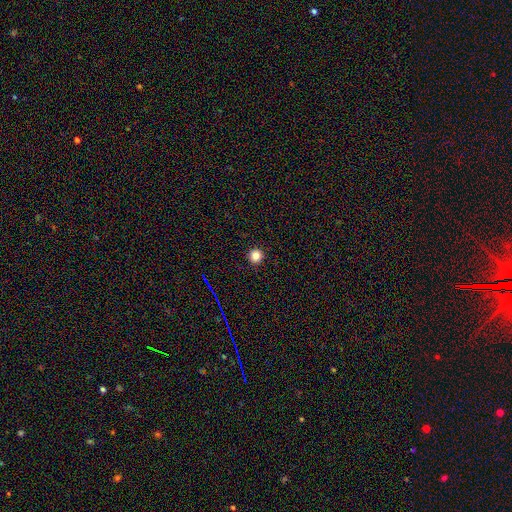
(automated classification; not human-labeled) The model was most divided on "smooth or featured": smooth: 83%, star or artifact: 13%, featured or disk: 4%. More confident: how rounded — round (96%); merging — none (93%).